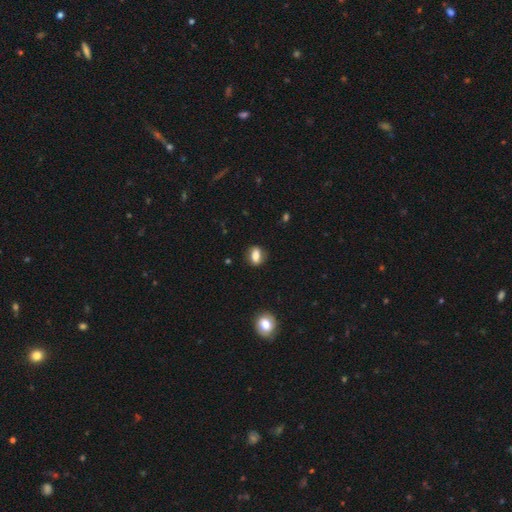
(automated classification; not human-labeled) A smooth galaxy with no disk features (76%) that is in between round and cigar-shaped (73%). Merging: none (81%).